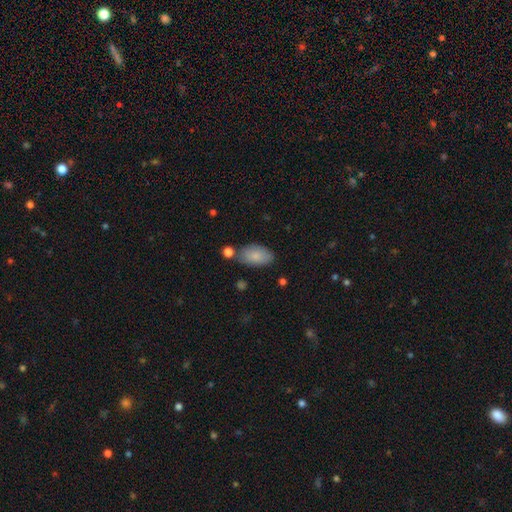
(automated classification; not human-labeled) Smooth or featured?
  - smooth: 85% *
  - featured or disk: 9%
  - star or artifact: 7%
How rounded?
  - in between: 94% *
  - round: 4%
  - cigar-shaped: 2%
Merging?
  - none: 71% *
  - minor disturbance: 18%
  - merger: 7%
  - major disturbance: 4%